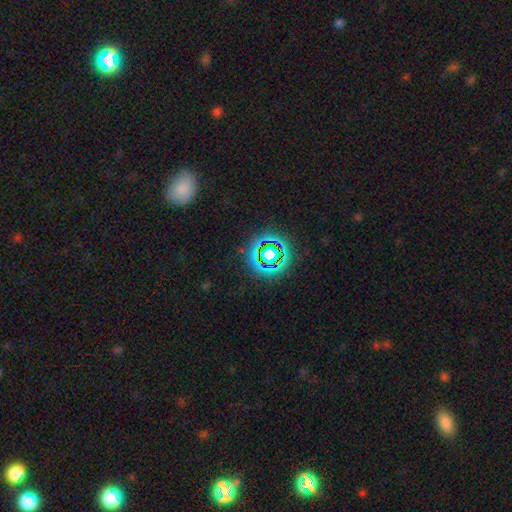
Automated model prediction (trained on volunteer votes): Smooth or featured: star or artifact — 56% (smooth — 32%)